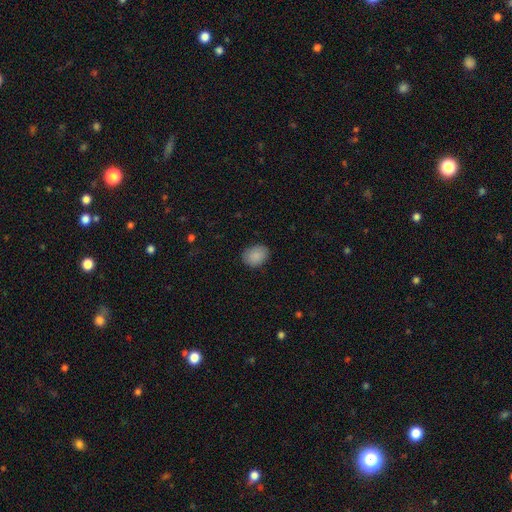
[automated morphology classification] smooth 89%, star or artifact 8%, featured or disk 4%. Down the decision tree: how rounded — in between (60%); merging — none (84%).